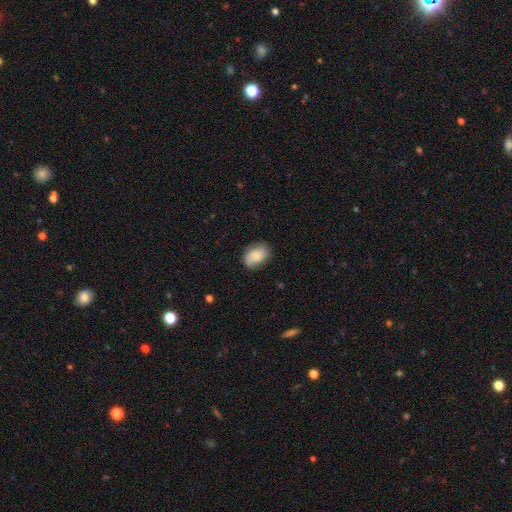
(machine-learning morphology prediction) Overall: smooth (70%). How rounded: in between (83%). Merging: none (69%).